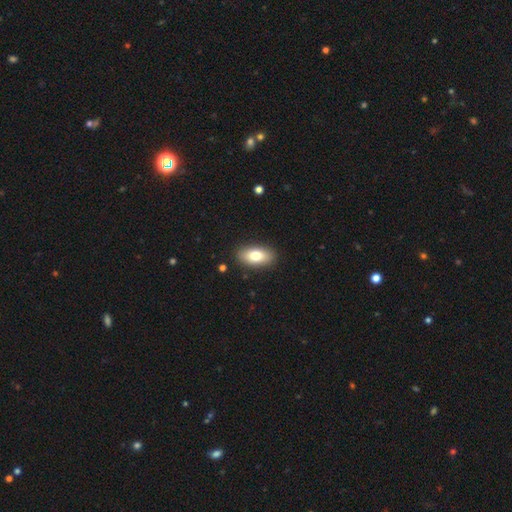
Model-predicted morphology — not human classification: Smooth or featured? Predicted: smooth (p=0.77). How rounded? Predicted: in between (p=0.89). Merging? Predicted: none (p=0.89).